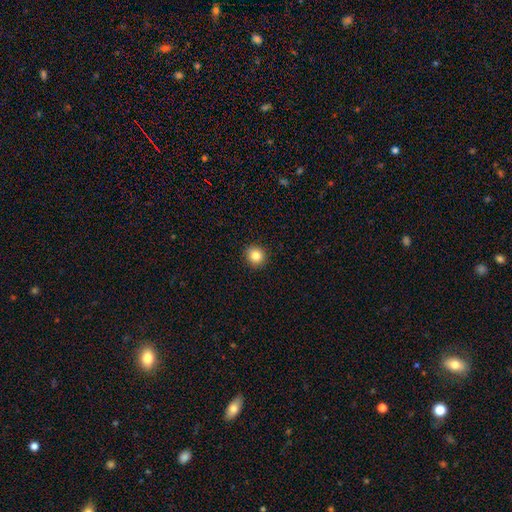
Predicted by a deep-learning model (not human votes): smooth 84%, star or artifact 10%, featured or disk 6%. Down the decision tree: how rounded — round (88%); merging — none (92%).